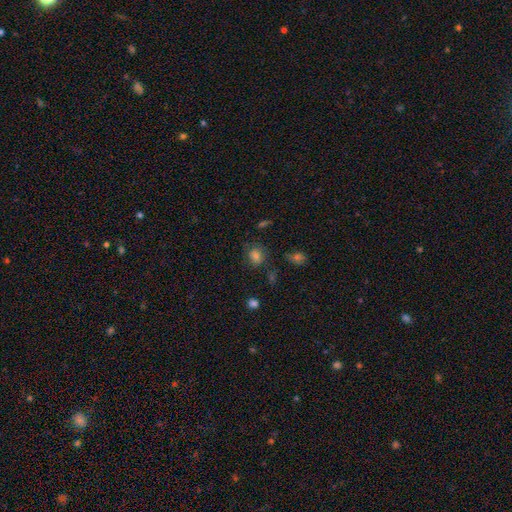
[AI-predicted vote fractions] Smooth or featured?
  - smooth: 76% *
  - star or artifact: 15%
  - featured or disk: 9%
How rounded?
  - round: 64% *
  - in between: 35%
  - cigar-shaped: 1%
Merging?
  - none: 72% *
  - minor disturbance: 17%
  - major disturbance: 6%
  - merger: 5%